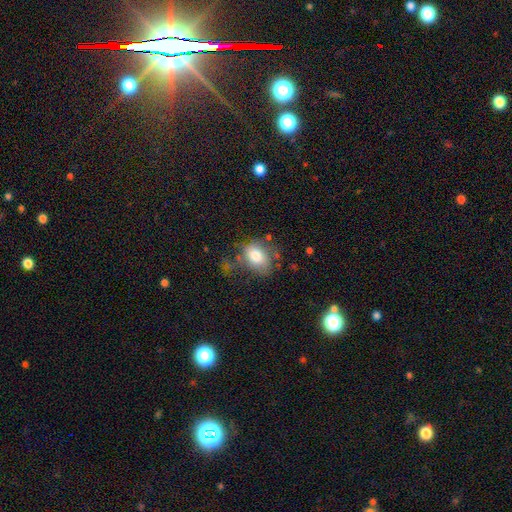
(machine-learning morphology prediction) A smooth galaxy with no disk features (75%) that is in between round and cigar-shaped (66%).

Vote fractions:
- Smooth or featured? smooth: 75% / featured or disk: 17% / star or artifact: 8%
- How rounded? in between: 66% / round: 33% / cigar-shaped: 1%
- Merging? none: 48% / minor disturbance: 28% / major disturbance: 19% / merger: 5%